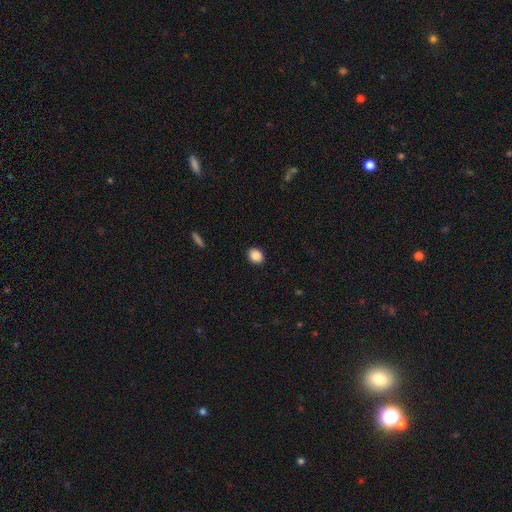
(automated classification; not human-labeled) The model was most divided on "how rounded": round: 67%, in between: 32%, cigar-shaped: 1%. More confident: merging — none (91%); smooth or featured — smooth (88%).